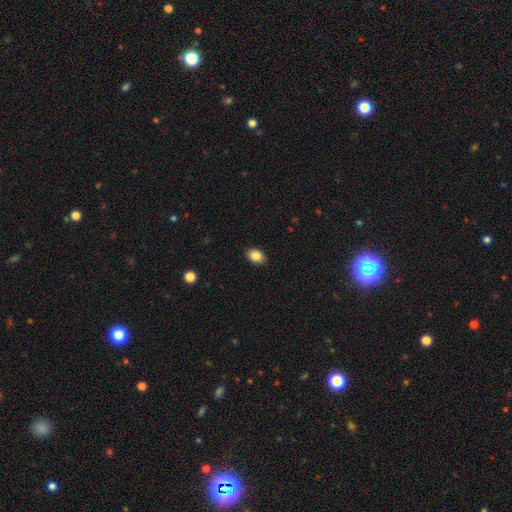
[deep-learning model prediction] smooth-or-featured: smooth: 85% | star or artifact: 8% | featured or disk: 6%
  how-rounded: in between: 77% | round: 22% | cigar-shaped: 1%
  merging: none: 89% | minor disturbance: 8% | major disturbance: 2% | merger: 1%